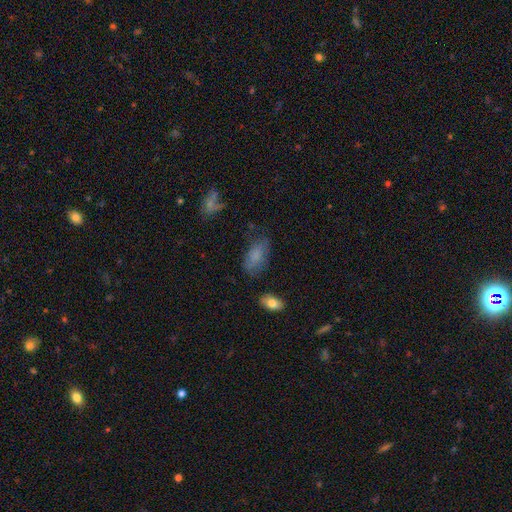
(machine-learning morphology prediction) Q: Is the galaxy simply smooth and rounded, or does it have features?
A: smooth — 74%.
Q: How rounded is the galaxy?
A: in between — 91%.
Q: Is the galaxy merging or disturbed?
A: none — 60%.